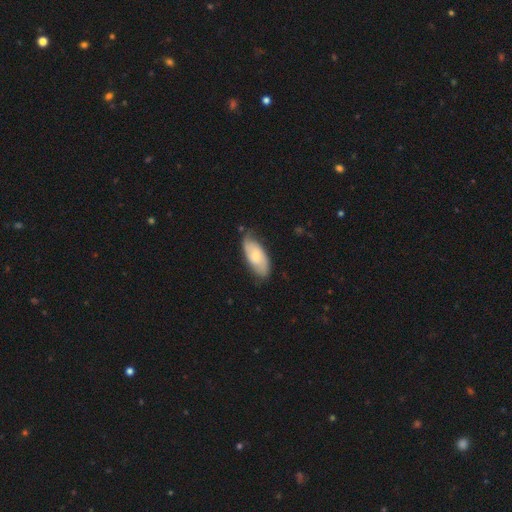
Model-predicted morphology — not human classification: type=smooth (58%); roundness=in between (86%); merging=none (68%).